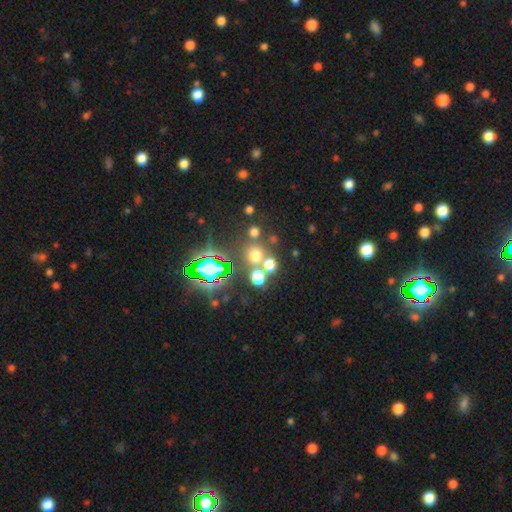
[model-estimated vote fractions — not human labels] Q: Smooth or featured?
A: smooth (58%); runner-up: star or artifact (32%)
Q: How rounded?
A: round (85%); runner-up: in between (14%)
Q: Merging?
A: none (65%); runner-up: merger (24%)